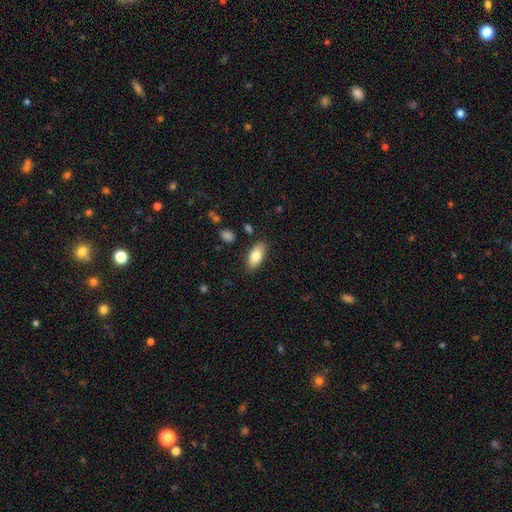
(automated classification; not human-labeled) Smooth or featured?
  - smooth: 79% *
  - featured or disk: 14%
  - star or artifact: 6%
How rounded?
  - in between: 90% *
  - cigar-shaped: 8%
  - round: 3%
Merging?
  - none: 85% *
  - minor disturbance: 11%
  - major disturbance: 2%
  - merger: 2%